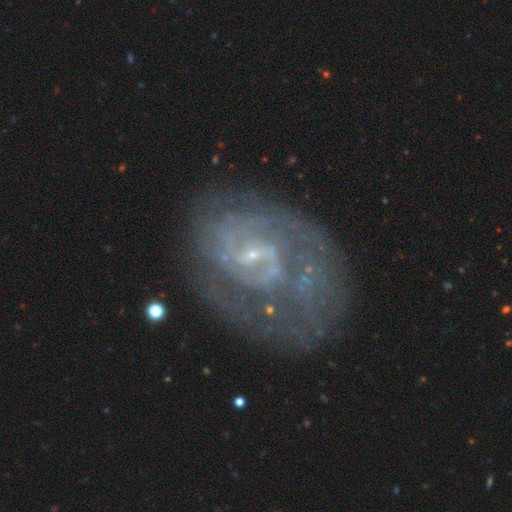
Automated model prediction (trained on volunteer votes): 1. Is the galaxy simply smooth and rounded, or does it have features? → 83% featured or disk, 8% smooth, 8% star or artifact.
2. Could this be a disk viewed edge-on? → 98% no, 2% yes.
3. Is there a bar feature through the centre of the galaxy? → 46% weak, 42% no, 12% strong.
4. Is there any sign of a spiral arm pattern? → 87% yes, 13% no.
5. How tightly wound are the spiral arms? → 48% tight, 37% medium, 15% loose.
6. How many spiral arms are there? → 43% 2, 31% can't tell, 9% 1, 8% 3, 5% 4, 4% more than 4.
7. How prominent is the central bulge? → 73% small, 13% none, 11% moderate, 1% large, 1% dominant.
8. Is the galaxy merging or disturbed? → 56% none, 20% minor disturbance, 19% major disturbance, 4% merger.